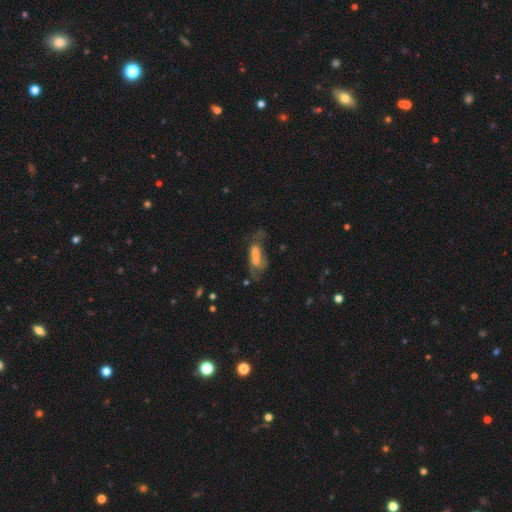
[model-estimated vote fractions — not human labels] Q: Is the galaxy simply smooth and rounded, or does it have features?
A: smooth — 53%.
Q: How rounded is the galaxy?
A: in between — 68%.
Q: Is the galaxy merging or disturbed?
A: major disturbance — 39%.